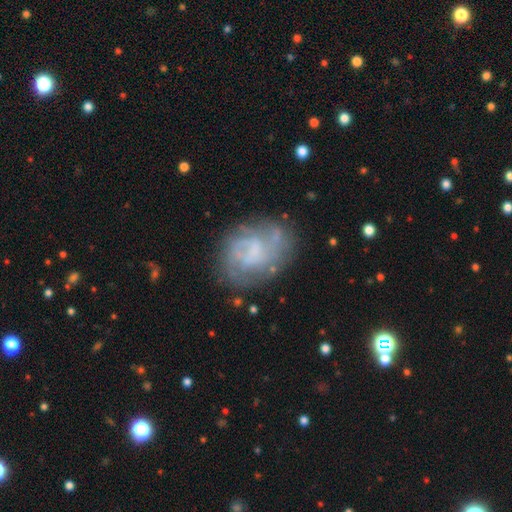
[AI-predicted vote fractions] This is likely a featured or disk galaxy (69%). It is clearly not viewed edge-on (98%). Bar: possibly no (57%). Spiral arm pattern: likely yes (71%). Central bulge: possibly none (52%). Merging: possibly none (59%).